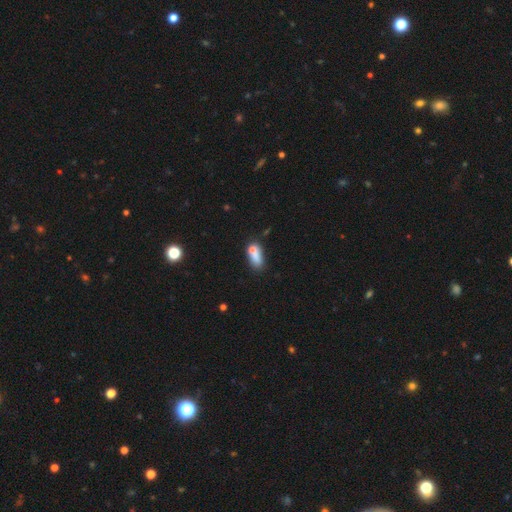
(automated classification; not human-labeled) A smooth galaxy with no disk features (72%) that is in between round and cigar-shaped (73%). Merging: none (39%).